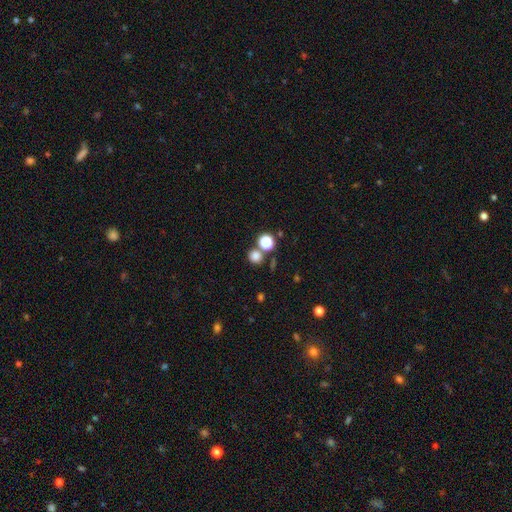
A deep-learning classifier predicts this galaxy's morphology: Smooth or featured? Predicted: smooth (p=0.76). How rounded? Predicted: round (p=0.87). Merging? Predicted: none (p=0.70).